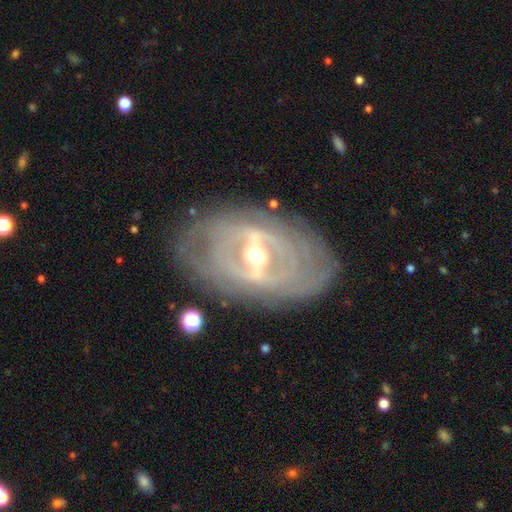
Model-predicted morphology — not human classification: A featured or disk galaxy (87%) with a strong bar (66%), tight (73%) spiral arms (69%) and a moderate central bulge (64%).

Vote fractions:
- Smooth or featured? featured or disk: 87% / smooth: 8% / star or artifact: 5%
- Edge-on disk? no: 91% / yes: 9%
- Bar? strong: 66% / weak: 25% / no: 9%
- Spiral arms? yes: 69% / no: 31%
- Spiral winding? tight: 73% / medium: 19% / loose: 8%
- Spiral arm count? can't tell: 49% / 2: 27% / 3: 8% / 4: 6% / more than 4: 5% / 1: 4%
- Bulge size? moderate: 64% / small: 30% / large: 5% / dominant: 1% / none: 1%
- Merging? none: 78% / minor disturbance: 14% / major disturbance: 6% / merger: 2%